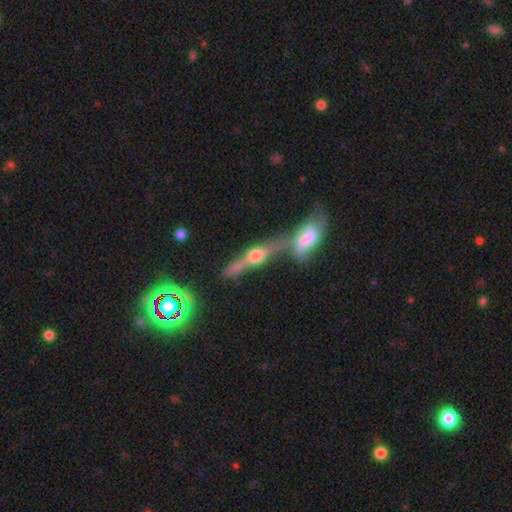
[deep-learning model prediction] This appears to be a featured or disk galaxy (75%) viewed edge-on (90%) with a rounded central bulge (91%). Merging: none (44%).